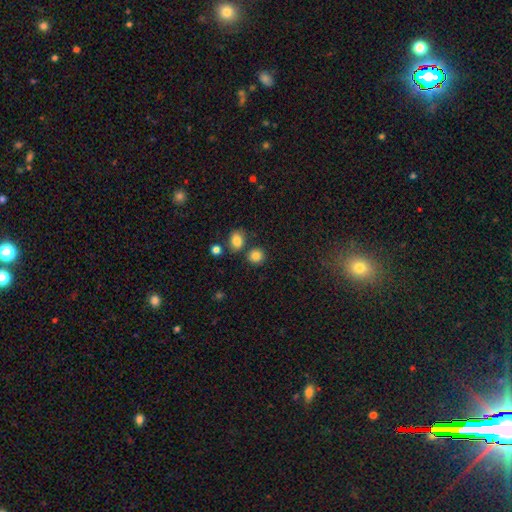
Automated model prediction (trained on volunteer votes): The model was most divided on "merging": none: 77%, merger: 11%, minor disturbance: 9%, major disturbance: 3%. More confident: smooth or featured — smooth (84%); how rounded — round (83%).